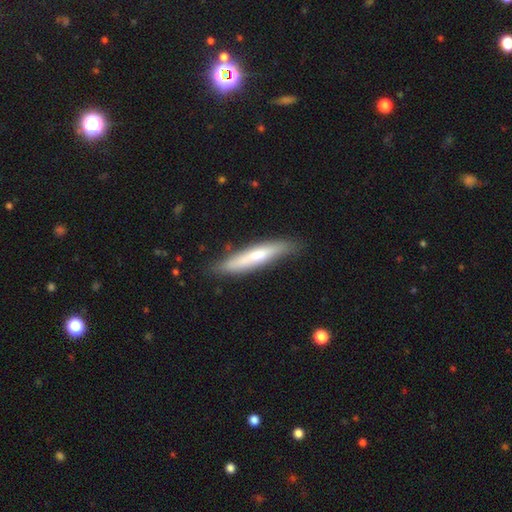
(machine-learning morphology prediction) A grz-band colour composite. It shows a smooth galaxy with no disk features (62%) that is cigar-shaped (89%). Merging: none (80%).